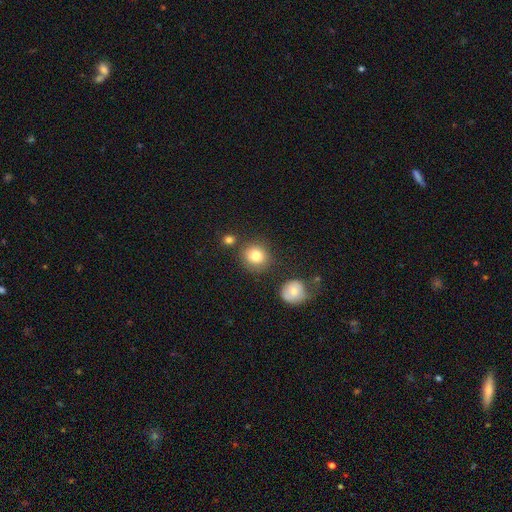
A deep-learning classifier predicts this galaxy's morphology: Smooth or featured? Predicted: smooth (p=0.82). How rounded? Predicted: round (p=0.87). Merging? Predicted: none (p=0.80).